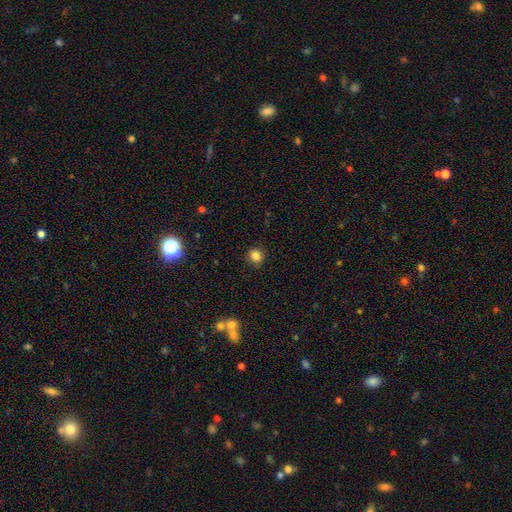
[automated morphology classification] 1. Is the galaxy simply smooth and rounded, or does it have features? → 83% smooth, 12% star or artifact, 5% featured or disk.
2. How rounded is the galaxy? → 83% round, 16% in between, 1% cigar-shaped.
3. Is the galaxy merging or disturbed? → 88% none, 9% minor disturbance, 2% major disturbance, 1% merger.